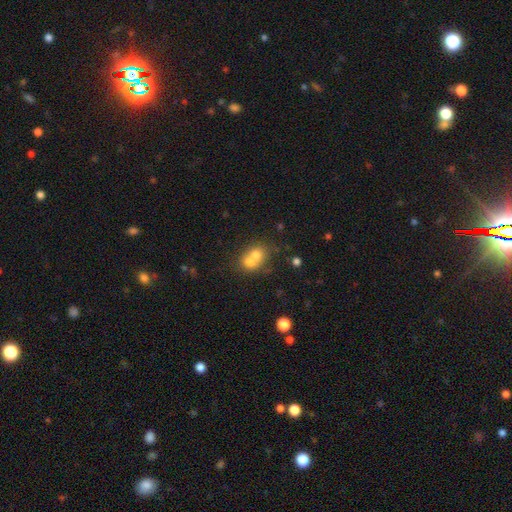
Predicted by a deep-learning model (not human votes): smooth-or-featured: smooth: 67% | featured or disk: 21% | star or artifact: 11%
  how-rounded: round: 66% | in between: 33% | cigar-shaped: 1%
  merging: merger: 68% | none: 23% | minor disturbance: 6% | major disturbance: 3%